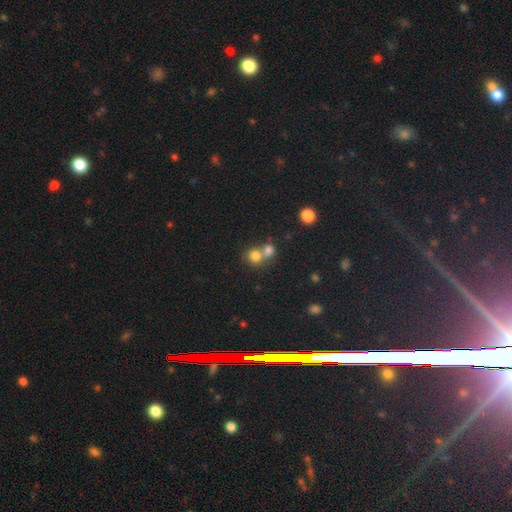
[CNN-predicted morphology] A smooth galaxy with no disk features (77%) that is round (79%). Merging: merger (54%).